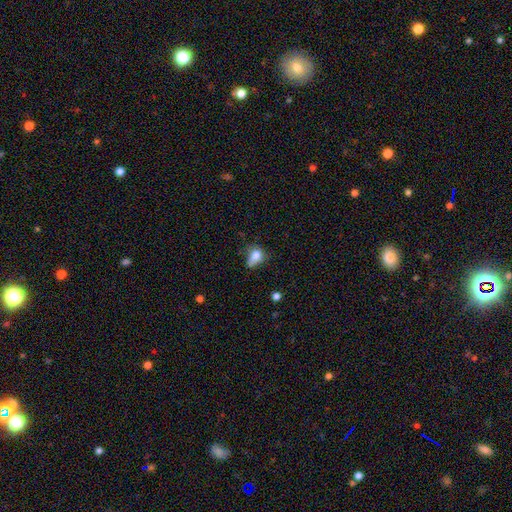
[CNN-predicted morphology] The model was most divided on "merging" (2-way tie): none: 35%, minor disturbance: 35%, major disturbance: 21%, merger: 10%. More confident: smooth or featured — smooth (75%); how rounded — round (50%).